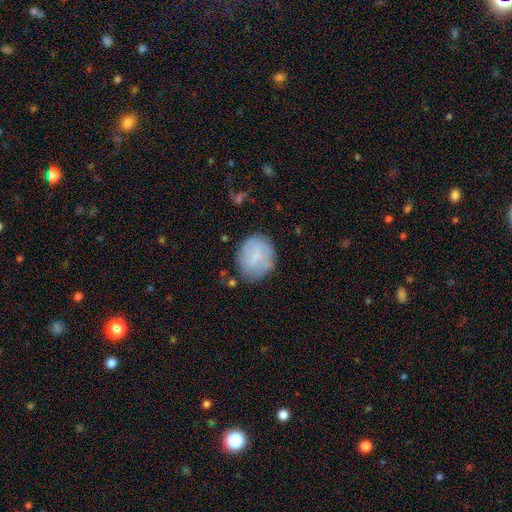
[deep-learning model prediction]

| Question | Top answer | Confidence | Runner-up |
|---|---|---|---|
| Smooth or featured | smooth | 66% | featured or disk (26%) |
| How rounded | round | 70% | in between (29%) |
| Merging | none | 69% | minor disturbance (22%) |